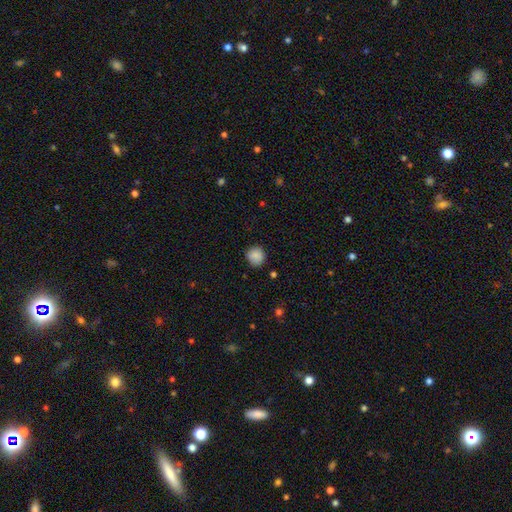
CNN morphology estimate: This appears to be a smooth galaxy with no disk features (87%) that is round (91%). Merging: none (86%).